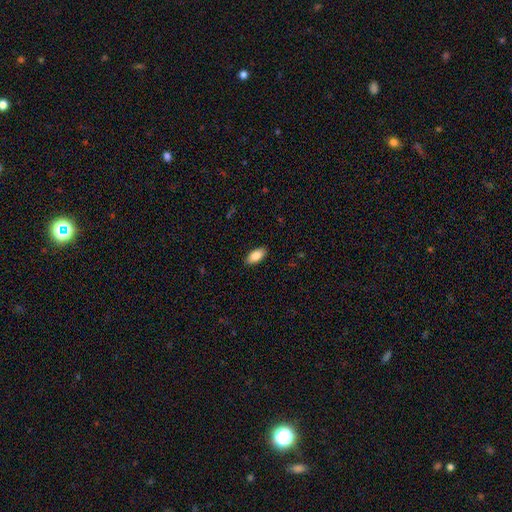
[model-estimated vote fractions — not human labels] Smooth or featured?
  - smooth: 86% *
  - featured or disk: 7%
  - star or artifact: 7%
How rounded?
  - in between: 92% *
  - cigar-shaped: 6%
  - round: 2%
Merging?
  - none: 89% *
  - minor disturbance: 9%
  - major disturbance: 2%
  - merger: 1%